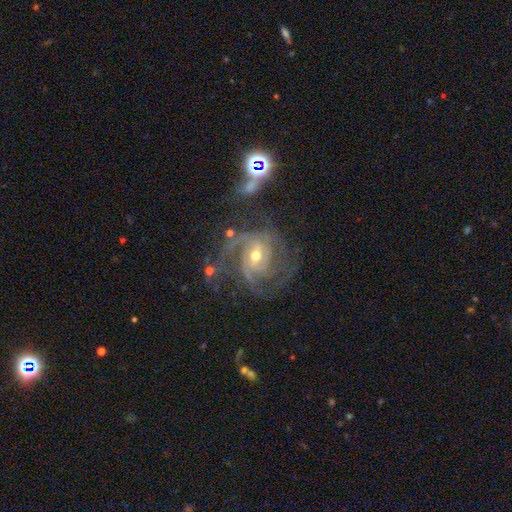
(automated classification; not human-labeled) This appears to be a featured or disk galaxy (88%) with a weak bar (44%), 3 (35%) medium (45%) spiral arms (97%) and a moderate central bulge (53%). Merging: none (56%).